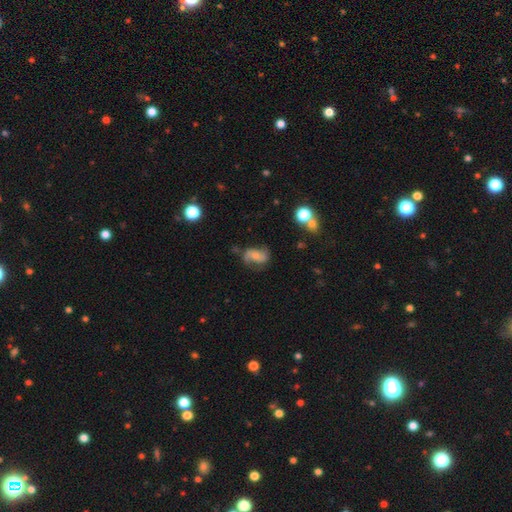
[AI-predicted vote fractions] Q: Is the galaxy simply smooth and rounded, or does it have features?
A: featured or disk — 65%.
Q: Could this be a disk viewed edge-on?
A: no — 97%.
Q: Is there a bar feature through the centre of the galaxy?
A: no — 60%.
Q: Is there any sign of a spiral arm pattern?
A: yes — 89%.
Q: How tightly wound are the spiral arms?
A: loose — 48%.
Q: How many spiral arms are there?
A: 2 — 85%.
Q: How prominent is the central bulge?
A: small — 46%.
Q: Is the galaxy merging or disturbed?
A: none — 60%.